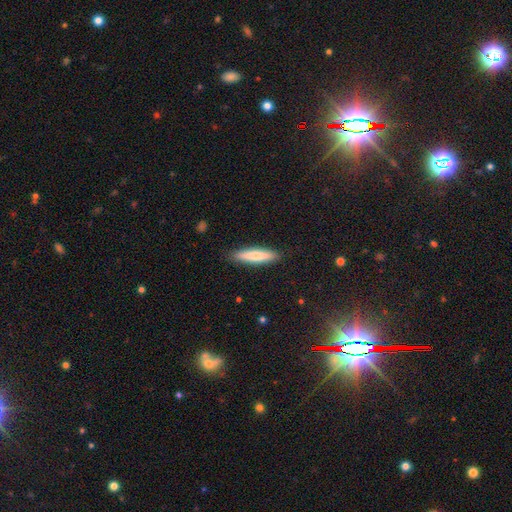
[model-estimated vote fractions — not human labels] smooth 73%, featured or disk 22%, star or artifact 6%. Down the decision tree: how rounded — cigar-shaped (81%); merging — none (89%).